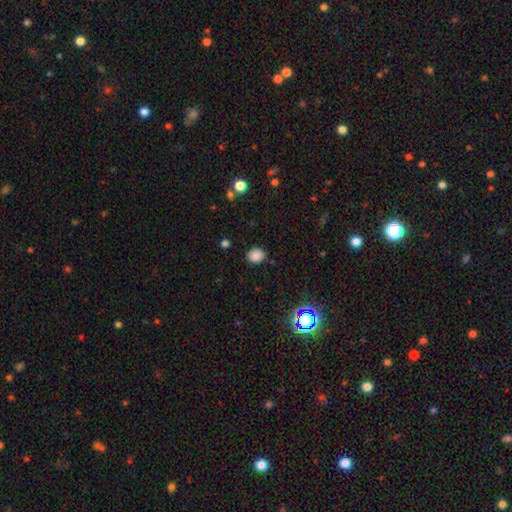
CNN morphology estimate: Smooth or featured? Predicted: smooth (p=0.85). How rounded? Predicted: round (p=0.63). Merging? Predicted: none (p=0.86).